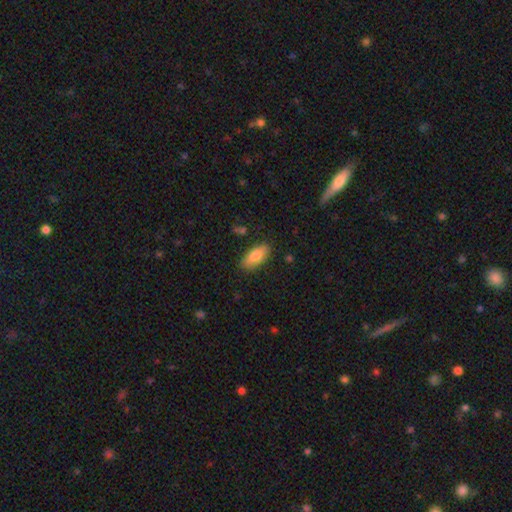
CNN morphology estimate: smooth_or_featured: smooth (p=0.81) [alt: featured or disk p=0.13]
how_rounded: in between (p=0.83) [alt: cigar-shaped p=0.15]
merging: none (p=0.83) [alt: minor disturbance p=0.13]